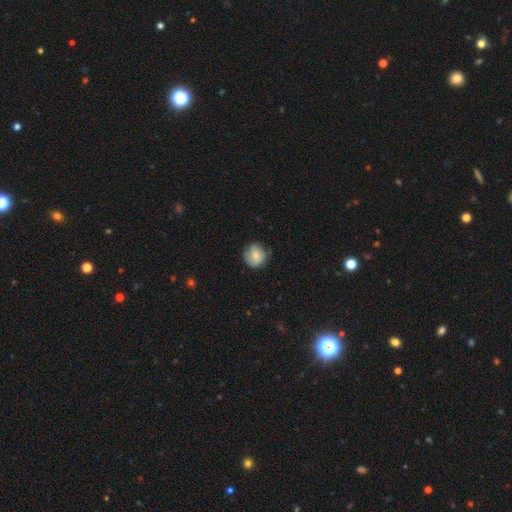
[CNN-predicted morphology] smooth-or-featured: smooth: 72% | featured or disk: 20% | star or artifact: 7%
  how-rounded: round: 87% | in between: 12% | cigar-shaped: 1%
  merging: none: 69% | minor disturbance: 24% | major disturbance: 5% | merger: 1%